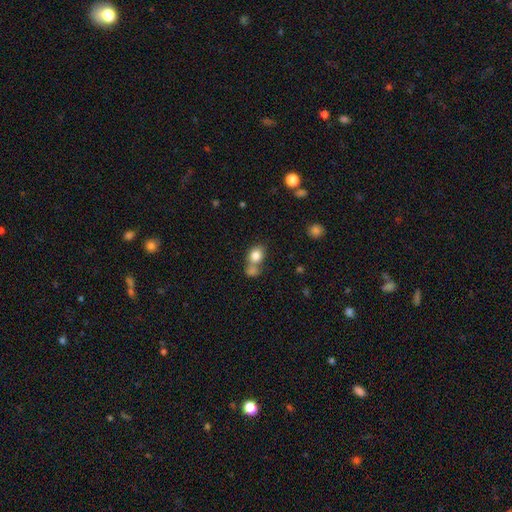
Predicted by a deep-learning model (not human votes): smooth 81%, featured or disk 9%, star or artifact 9%. Down the decision tree: how rounded — round (51%); merging — merger (47%).